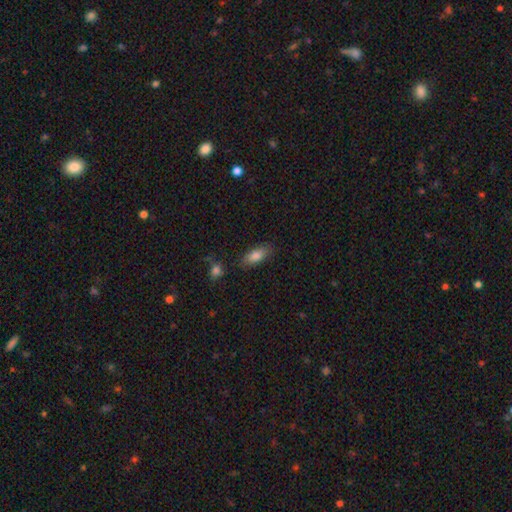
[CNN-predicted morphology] Smooth or featured: smooth — 82% (featured or disk — 10%)
How rounded: in between — 82% (cigar-shaped — 15%)
Merging: none — 81% (minor disturbance — 13%)